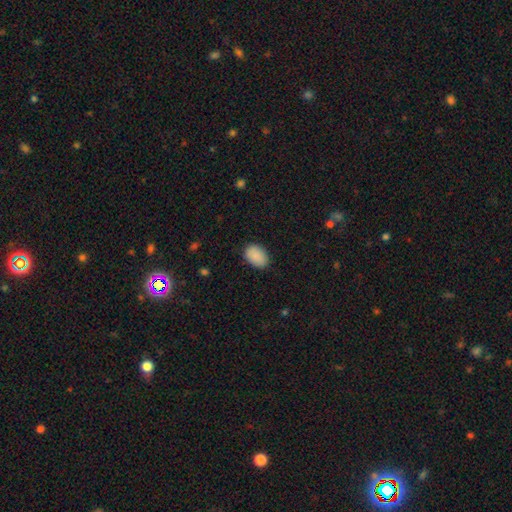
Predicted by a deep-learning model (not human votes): smooth-or-featured: smooth: 90% | star or artifact: 7% | featured or disk: 3%
  how-rounded: in between: 85% | round: 14% | cigar-shaped: 1%
  merging: none: 85% | minor disturbance: 11% | major disturbance: 3% | merger: 1%